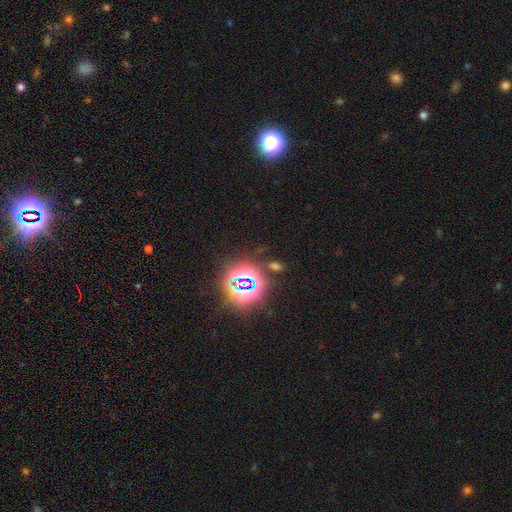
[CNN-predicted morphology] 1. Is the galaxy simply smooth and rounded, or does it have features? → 80% star or artifact, 13% smooth, 6% featured or disk.